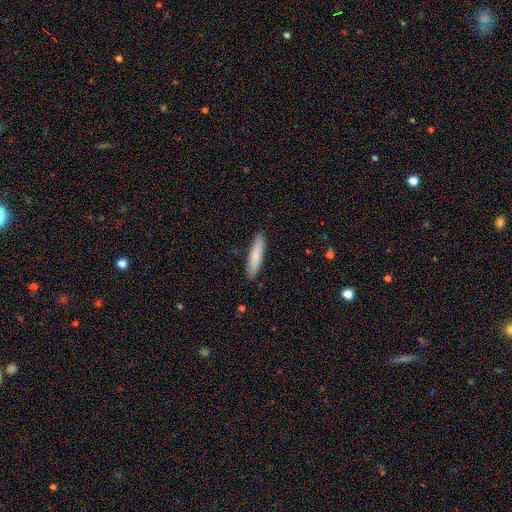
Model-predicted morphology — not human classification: smooth-or-featured: smooth: 82% | featured or disk: 12% | star or artifact: 6%
  how-rounded: cigar-shaped: 84% | in between: 15% | round: 1%
  merging: none: 90% | minor disturbance: 8% | major disturbance: 2% | merger: 1%